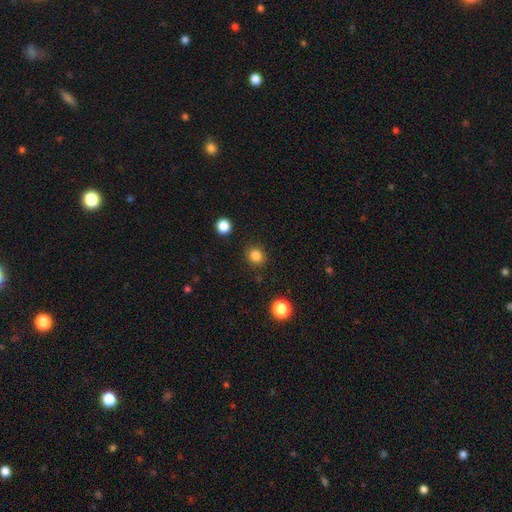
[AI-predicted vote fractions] Q: Smooth or featured?
A: smooth (83%); runner-up: star or artifact (13%)
Q: How rounded?
A: round (86%); runner-up: in between (13%)
Q: Merging?
A: none (89%); runner-up: minor disturbance (7%)